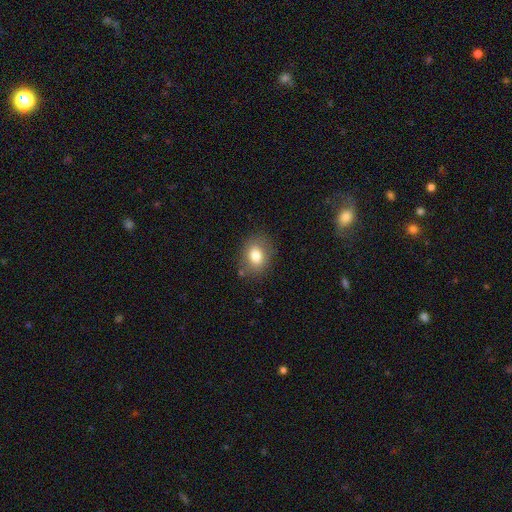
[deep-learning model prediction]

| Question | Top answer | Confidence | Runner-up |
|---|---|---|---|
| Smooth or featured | smooth | 80% | featured or disk (11%) |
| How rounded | in between | 57% | round (42%) |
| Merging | none | 79% | minor disturbance (14%) |